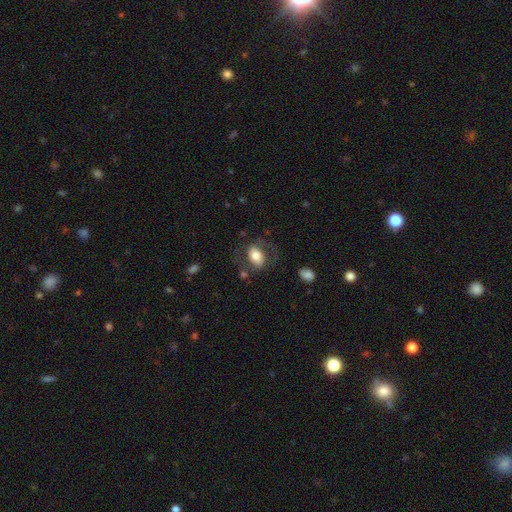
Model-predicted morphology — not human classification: A smooth galaxy with no disk features (60%) that is in between round and cigar-shaped (80%). Merging: none (62%).